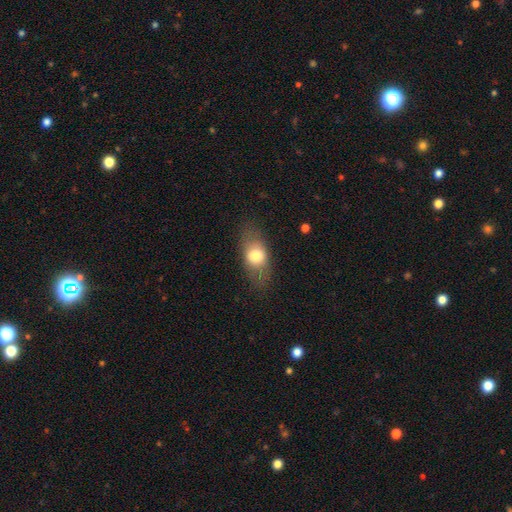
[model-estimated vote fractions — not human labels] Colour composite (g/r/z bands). It shows a smooth galaxy with no disk features (70%) that is in between round and cigar-shaped (78%). Merging: none (77%).